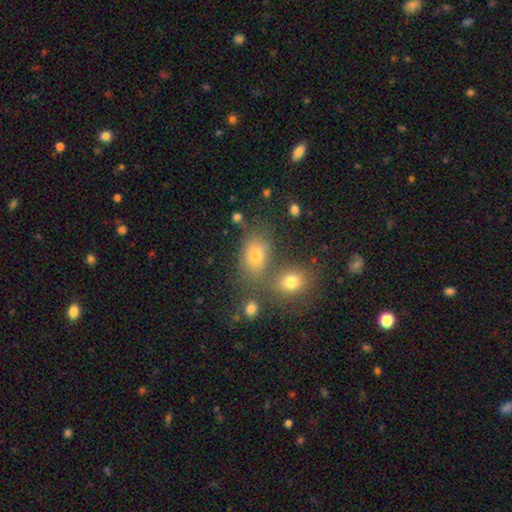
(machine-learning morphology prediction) Smooth or featured? Predicted: smooth (p=0.70). How rounded? Predicted: in between (p=0.74). Merging? Predicted: none (p=0.56).